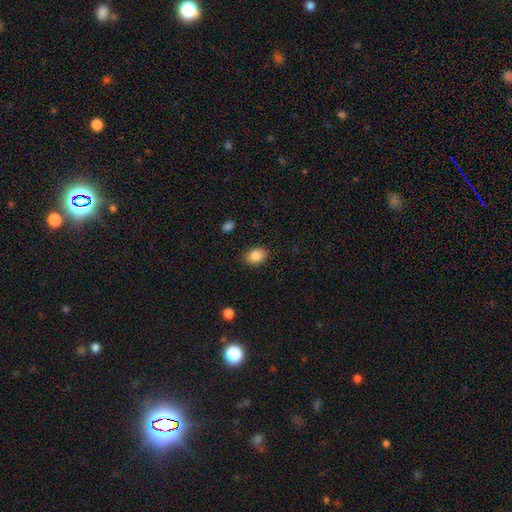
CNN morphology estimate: smooth 86%, star or artifact 8%, featured or disk 6%. Down the decision tree: how rounded — in between (73%); merging — none (87%).